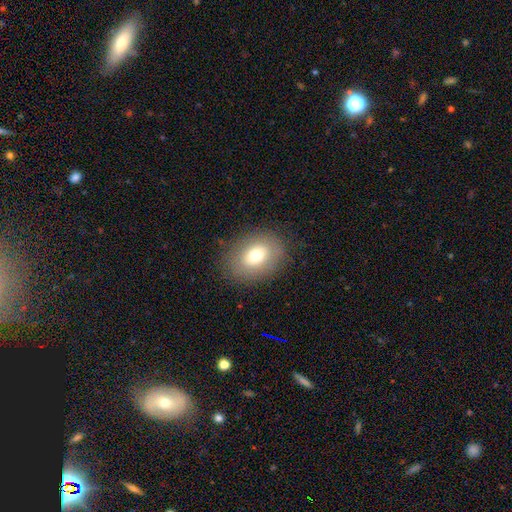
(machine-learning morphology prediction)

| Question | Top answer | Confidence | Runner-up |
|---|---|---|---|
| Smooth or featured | smooth | 71% | featured or disk (18%) |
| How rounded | in between | 62% | round (37%) |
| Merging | none | 84% | minor disturbance (11%) |